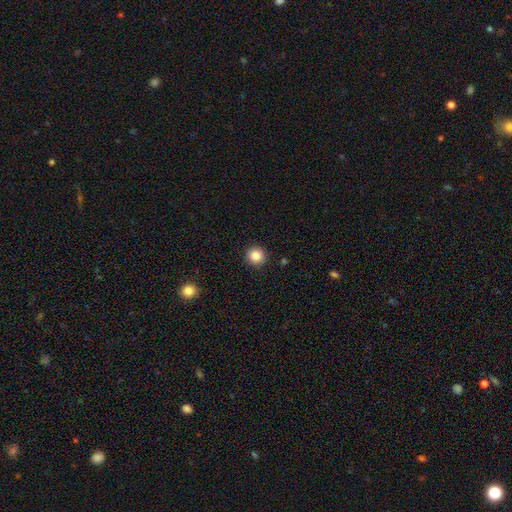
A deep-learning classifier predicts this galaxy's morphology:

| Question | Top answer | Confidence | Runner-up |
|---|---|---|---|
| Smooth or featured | smooth | 85% | star or artifact (10%) |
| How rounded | round | 94% | in between (5%) |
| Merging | none | 93% | minor disturbance (5%) |